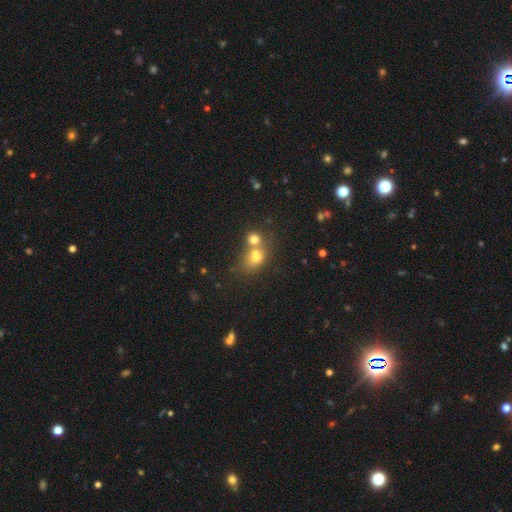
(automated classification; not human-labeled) Overall: smooth (68%). How rounded: in between (50%; round 48%). Merging: merger (56%; none 31%).